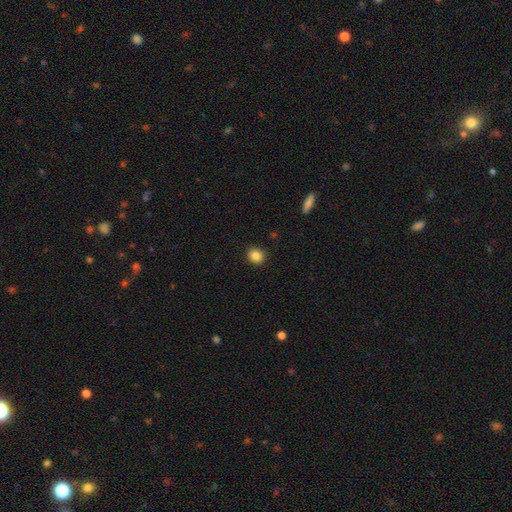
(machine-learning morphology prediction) Smooth or featured? smooth (86%)
How rounded? round (79%)
Merging? none (91%)